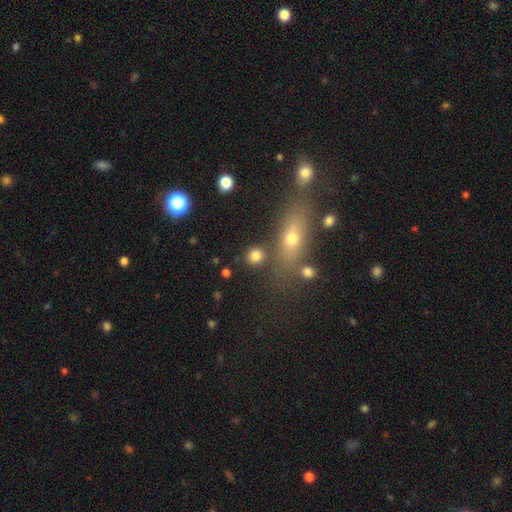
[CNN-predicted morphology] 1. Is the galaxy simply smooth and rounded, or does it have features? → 82% smooth, 11% star or artifact, 7% featured or disk.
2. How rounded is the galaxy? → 79% round, 19% in between, 3% cigar-shaped.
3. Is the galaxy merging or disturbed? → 78% none, 9% merger, 9% minor disturbance, 4% major disturbance.